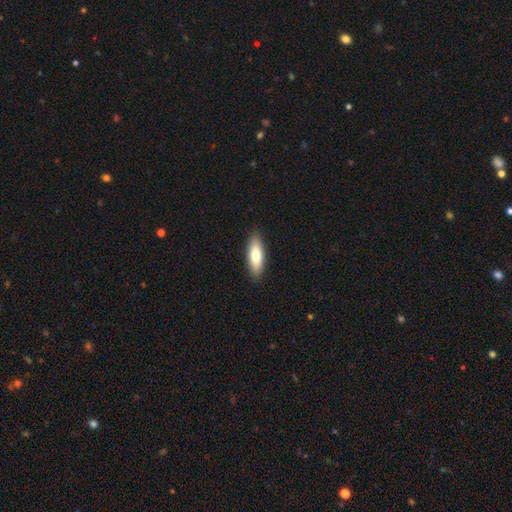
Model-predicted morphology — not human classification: Smooth or featured: smooth — 75% (featured or disk — 20%)
How rounded: in between — 58% (cigar-shaped — 40%)
Merging: none — 90% (minor disturbance — 8%)